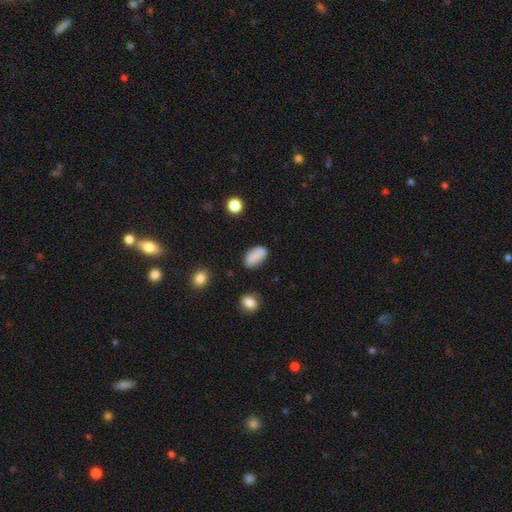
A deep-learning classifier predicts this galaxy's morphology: Smooth or featured: smooth — 80% (featured or disk — 11%)
How rounded: in between — 91% (round — 6%)
Merging: none — 69% (minor disturbance — 18%)